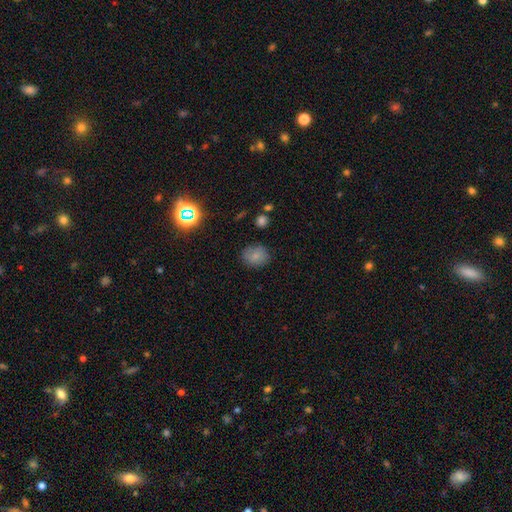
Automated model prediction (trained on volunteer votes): Smooth or featured? Predicted: smooth (p=0.79). How rounded? Predicted: round (p=0.51). Merging? Predicted: none (p=0.81).